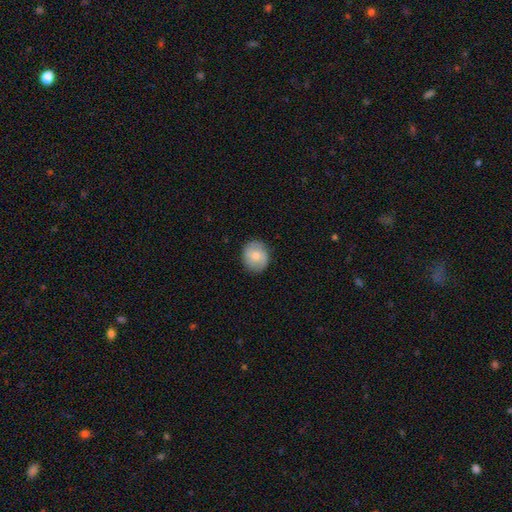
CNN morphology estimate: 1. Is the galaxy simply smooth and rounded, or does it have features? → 67% smooth, 26% featured or disk, 7% star or artifact.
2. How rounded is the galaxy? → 80% round, 19% in between, 1% cigar-shaped.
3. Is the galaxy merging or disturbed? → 86% none, 11% minor disturbance, 2% major disturbance, 1% merger.